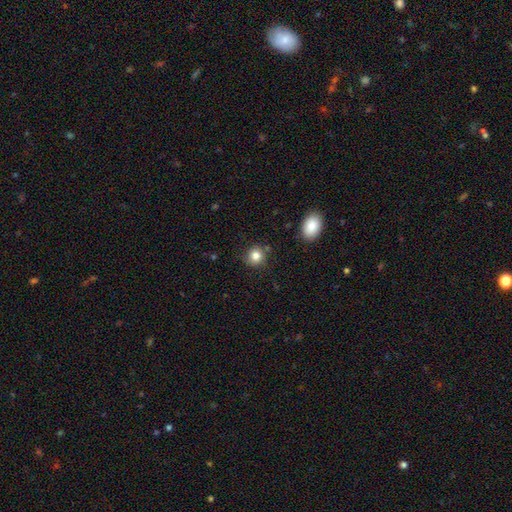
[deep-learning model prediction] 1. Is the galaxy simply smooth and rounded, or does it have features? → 83% smooth, 11% star or artifact, 6% featured or disk.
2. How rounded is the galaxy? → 86% round, 13% in between, 1% cigar-shaped.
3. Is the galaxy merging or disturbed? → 83% none, 11% minor disturbance, 3% merger, 3% major disturbance.